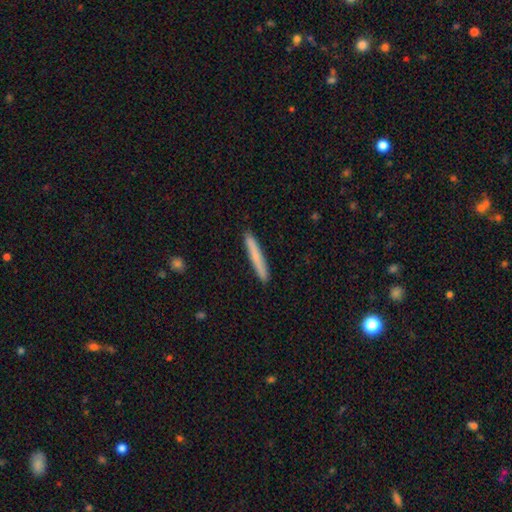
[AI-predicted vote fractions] Q: Smooth or featured?
A: smooth (74%); runner-up: featured or disk (20%)
Q: How rounded?
A: cigar-shaped (96%); runner-up: in between (2%)
Q: Merging?
A: none (91%); runner-up: minor disturbance (6%)